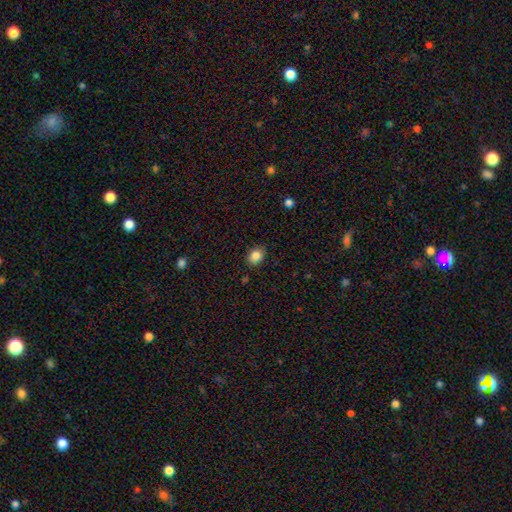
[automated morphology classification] The model was most divided on "how rounded": in between: 58%, round: 41%, cigar-shaped: 1%. More confident: merging — none (86%); smooth or featured — smooth (85%).